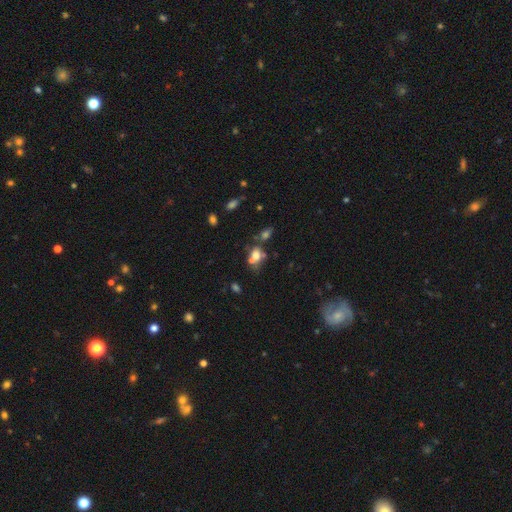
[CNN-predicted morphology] Smooth or featured? smooth (63%)
How rounded? in between (60%)
Merging? merger (44%)